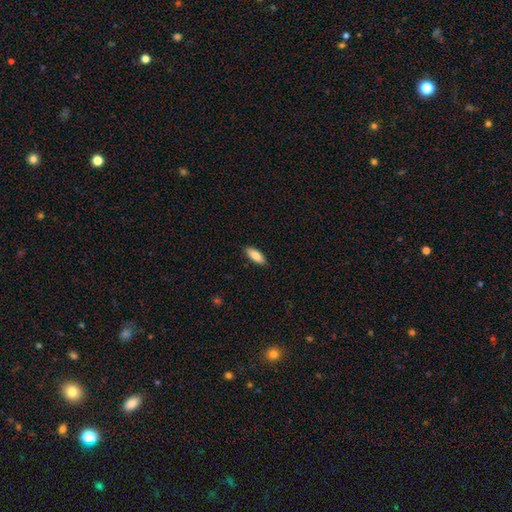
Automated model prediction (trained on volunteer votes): smooth 85%, featured or disk 9%, star or artifact 6%. Down the decision tree: how rounded — in between (75%); merging — none (88%).